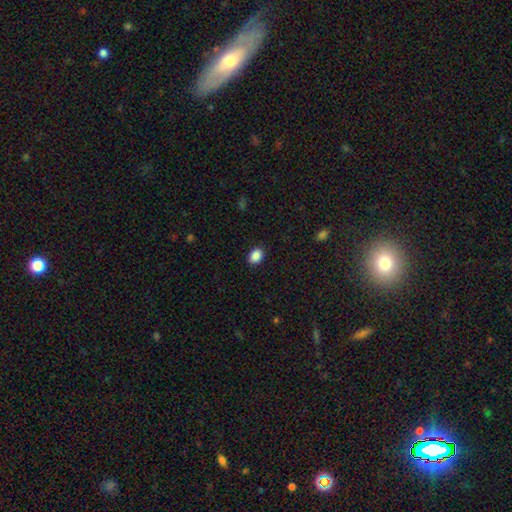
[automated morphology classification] A smooth galaxy with no disk features (89%) that is in between round and cigar-shaped (70%).

Vote fractions:
- Smooth or featured? smooth: 89% / star or artifact: 8% / featured or disk: 3%
- How rounded? in between: 70% / round: 29% / cigar-shaped: 1%
- Merging? none: 89% / minor disturbance: 8% / major disturbance: 2% / merger: 1%